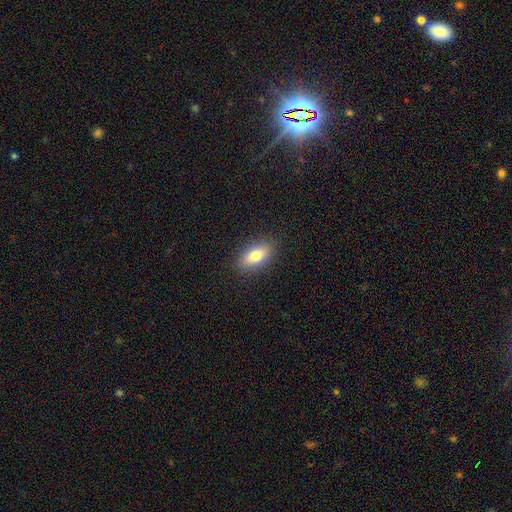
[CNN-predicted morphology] smooth-or-featured: smooth: 75% | featured or disk: 17% | star or artifact: 8%
  how-rounded: in between: 83% | cigar-shaped: 11% | round: 6%
  merging: none: 88% | minor disturbance: 9% | major disturbance: 2% | merger: 1%